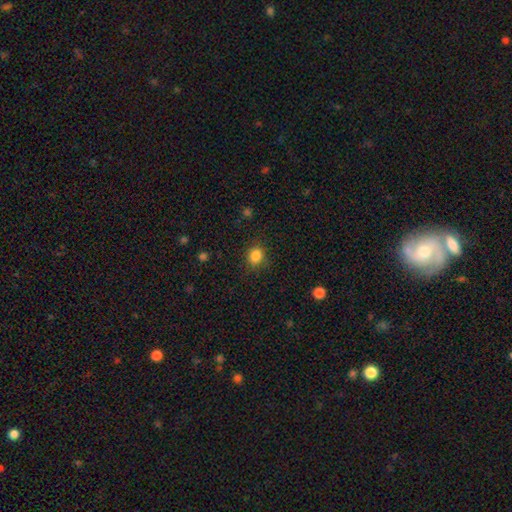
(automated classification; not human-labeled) smooth_or_featured: smooth (p=0.85) [alt: star or artifact p=0.11]
how_rounded: round (p=0.80) [alt: in between p=0.19]
merging: none (p=0.84) [alt: minor disturbance p=0.11]